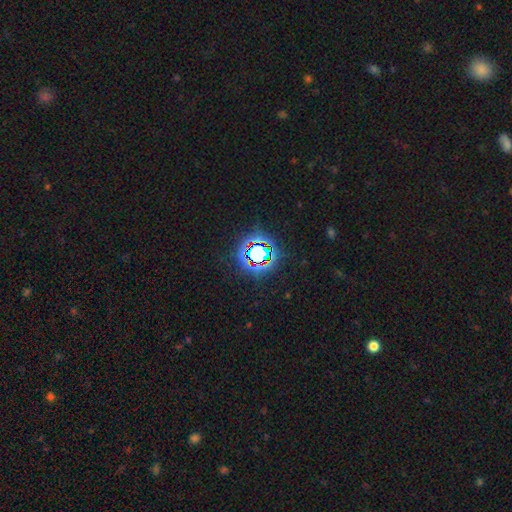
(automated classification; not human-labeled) This is clearly a star or artifact rather than a galaxy (80%).